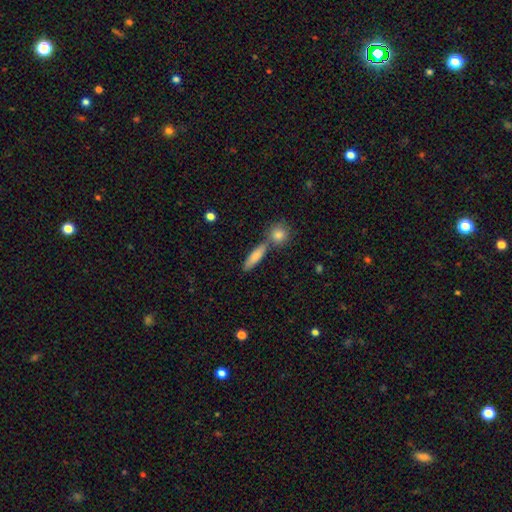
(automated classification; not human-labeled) Smooth or featured? smooth (69%)
How rounded? cigar-shaped (71%)
Merging? none (69%)